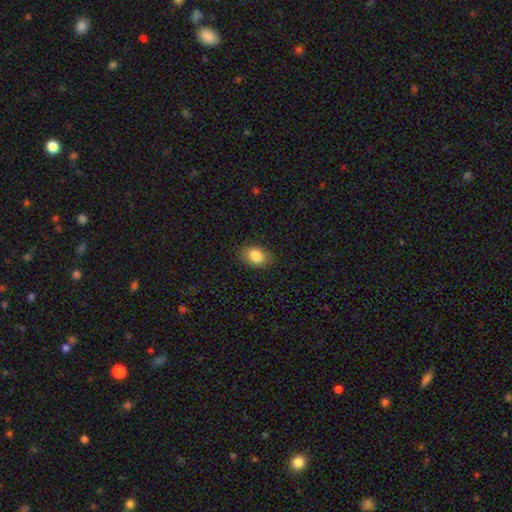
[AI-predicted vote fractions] This is clearly a smooth galaxy (84%). How rounded: likely in between (77%). Merging: clearly none (85%).